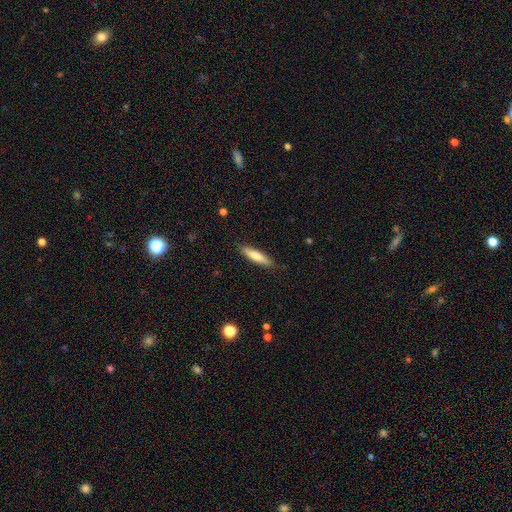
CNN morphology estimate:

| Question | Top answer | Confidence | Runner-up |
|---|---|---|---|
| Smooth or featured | smooth | 74% | featured or disk (21%) |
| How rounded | cigar-shaped | 78% | in between (20%) |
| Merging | none | 87% | minor disturbance (10%) |